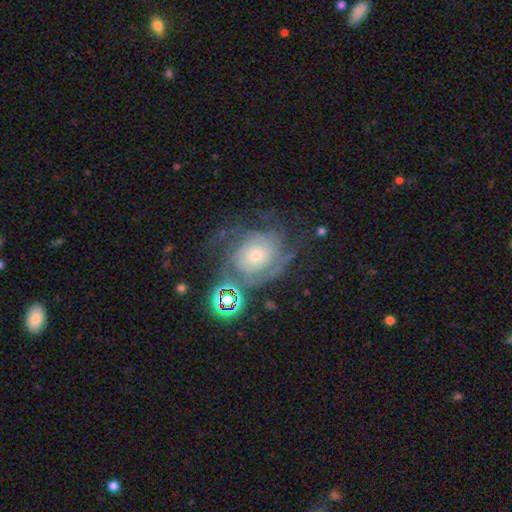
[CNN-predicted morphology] Overall: featured or disk (79%). Edge-on disk: no (97%). Bar: no (75%). Spiral arms: yes (93%). Spiral arm count: can't tell (39%; 3 19%). Spiral winding: tight (57%; medium 32%). Bulge size: small (61%; moderate 31%). Merging: none (55%; major disturbance 19%).